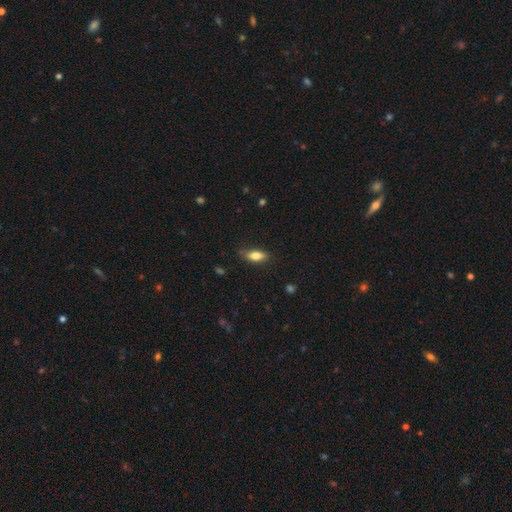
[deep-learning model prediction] The model was most divided on "merging": none: 77%, minor disturbance: 18%, major disturbance: 4%, merger: 1%. More confident: smooth or featured — smooth (80%); how rounded — in between (80%).